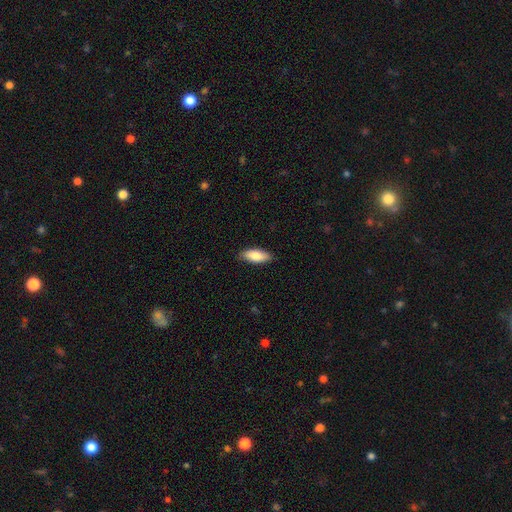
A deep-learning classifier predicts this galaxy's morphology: Overall: smooth (84%). How rounded: in between (80%). Merging: none (85%).